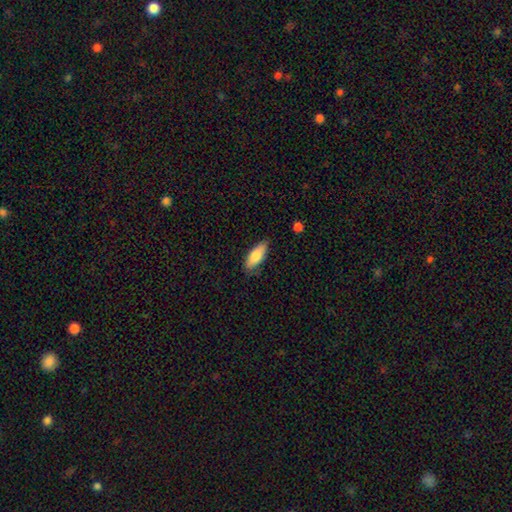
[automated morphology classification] The model was most divided on "how rounded": in between: 77%, cigar-shaped: 21%, round: 2%. More confident: smooth or featured — smooth (80%); merging — none (77%).